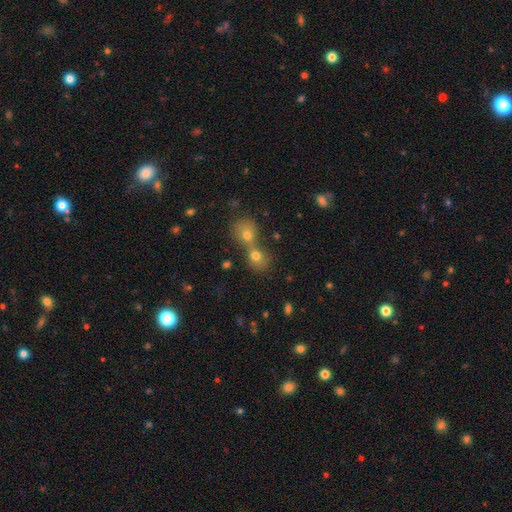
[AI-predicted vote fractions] A smooth galaxy with no disk features (71%) that is round (72%).

Vote fractions:
- Smooth or featured? smooth: 71% / star or artifact: 15% / featured or disk: 14%
- How rounded? round: 72% / in between: 26% / cigar-shaped: 2%
- Merging? merger: 65% / none: 27% / minor disturbance: 5% / major disturbance: 3%